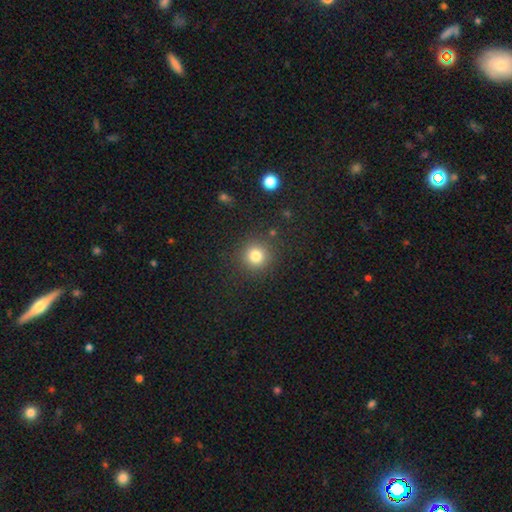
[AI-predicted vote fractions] smooth-or-featured: smooth: 81% | star or artifact: 13% | featured or disk: 6%
  how-rounded: round: 93% | in between: 6% | cigar-shaped: 1%
  merging: none: 88% | minor disturbance: 7% | major disturbance: 3% | merger: 2%